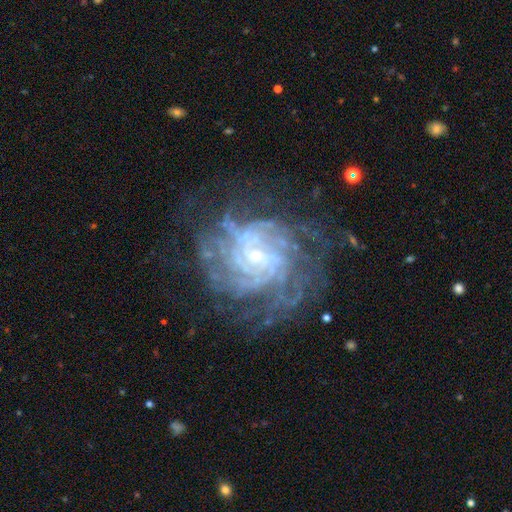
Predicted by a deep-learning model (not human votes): Smooth or featured? Predicted: featured or disk (p=0.87). Edge-on disk? Predicted: no (p=0.98). Bar? Predicted: no (p=0.63). Spiral arms? Predicted: yes (p=0.96). Spiral winding? Predicted: tight (p=0.69). Spiral arm count? Predicted: can't tell (p=0.32). Bulge size? Predicted: small (p=0.79). Merging? Predicted: none (p=0.67).